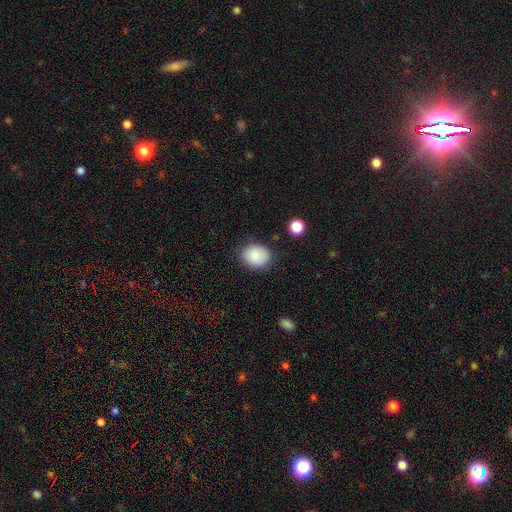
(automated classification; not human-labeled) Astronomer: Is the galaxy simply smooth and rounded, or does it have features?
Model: smooth — 84%.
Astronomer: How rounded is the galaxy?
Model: round — 61% (runner-up: in between, 39%).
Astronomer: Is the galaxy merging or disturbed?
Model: none — 83%.